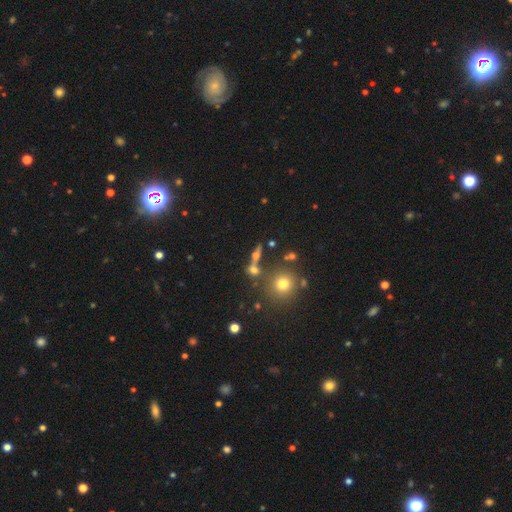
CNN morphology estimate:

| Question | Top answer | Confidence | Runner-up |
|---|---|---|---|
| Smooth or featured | smooth | 49% | star or artifact (39%) |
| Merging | none | 72% | merger (16%) |